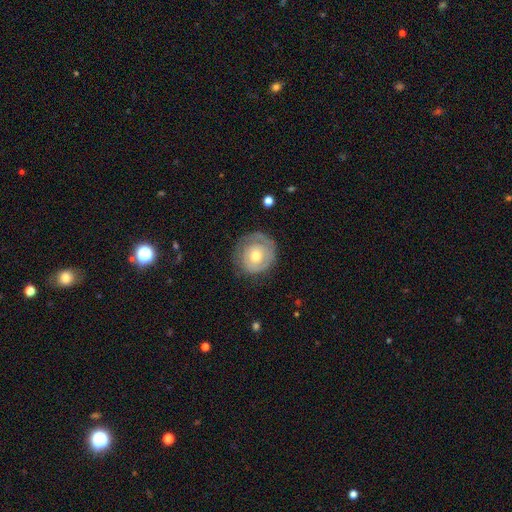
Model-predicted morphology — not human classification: smooth_or_featured: featured or disk (p=0.62) [alt: smooth p=0.32]
disk_edge_on: no (p=0.97) [alt: yes p=0.03]
bar: no (p=0.83) [alt: weak p=0.14]
has_spiral_arms: yes (p=0.68) [alt: no p=0.32]
bulge_size: moderate (p=0.58) [alt: small p=0.36]
merging: none (p=0.72) [alt: minor disturbance p=0.18]